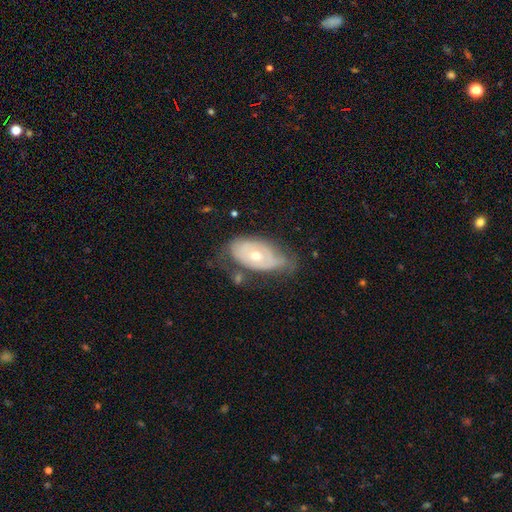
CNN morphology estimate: smooth_or_featured: featured or disk (p=0.61) [alt: smooth p=0.33]
disk_edge_on: no (p=0.90) [alt: yes p=0.10]
bar: no (p=0.85) [alt: weak p=0.12]
has_spiral_arms: no (p=0.56) [alt: yes p=0.44]
bulge_size: moderate (p=0.64) [alt: small p=0.32]
merging: none (p=0.47) [alt: minor disturbance p=0.32]